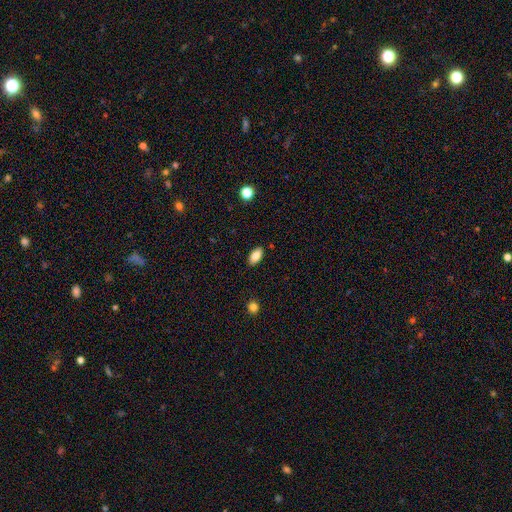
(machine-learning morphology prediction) smooth_or_featured: smooth (p=0.83) [alt: featured or disk p=0.09]
how_rounded: in between (p=0.93) [alt: cigar-shaped p=0.04]
merging: none (p=0.88) [alt: minor disturbance p=0.09]